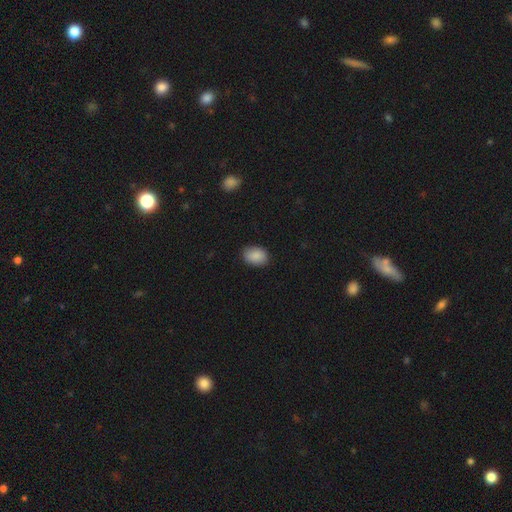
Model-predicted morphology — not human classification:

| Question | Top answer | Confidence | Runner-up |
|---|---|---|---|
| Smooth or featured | smooth | 89% | star or artifact (7%) |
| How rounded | in between | 80% | round (19%) |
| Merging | none | 87% | minor disturbance (10%) |